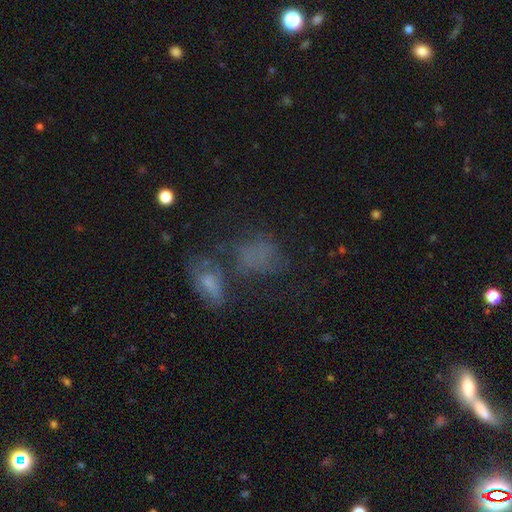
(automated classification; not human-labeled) Smooth or featured? smooth (55%)
How rounded? in between (69%)
Merging? merger (35%)